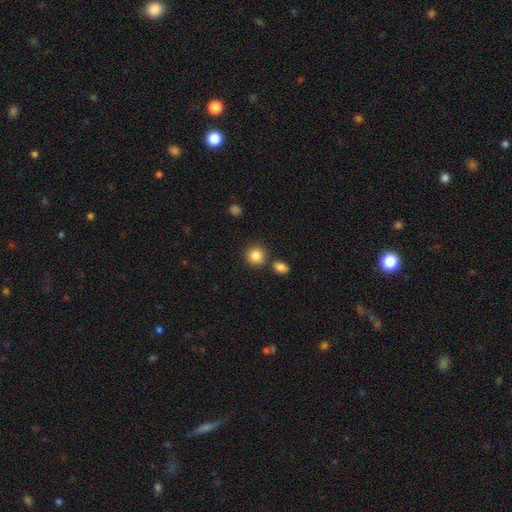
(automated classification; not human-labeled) smooth 86%, star or artifact 9%, featured or disk 5%. Down the decision tree: how rounded — round (89%); merging — none (76%).